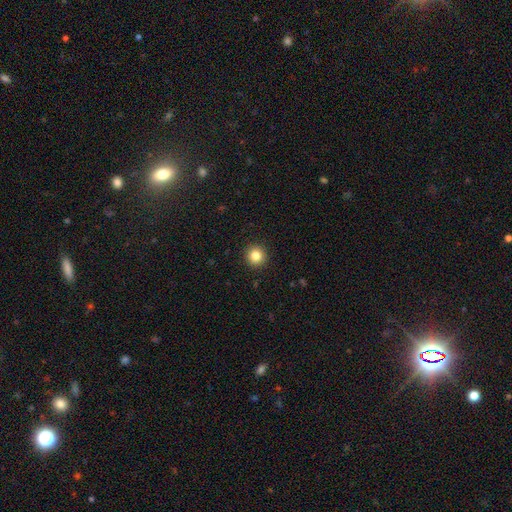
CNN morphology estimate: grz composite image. It shows a smooth galaxy with no disk features (84%) that is round (95%). Merging: none (93%).